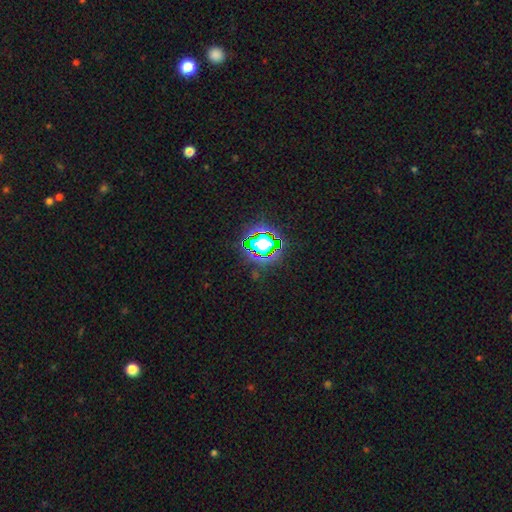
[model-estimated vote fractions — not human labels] Morphology: type=star or artifact (81%).